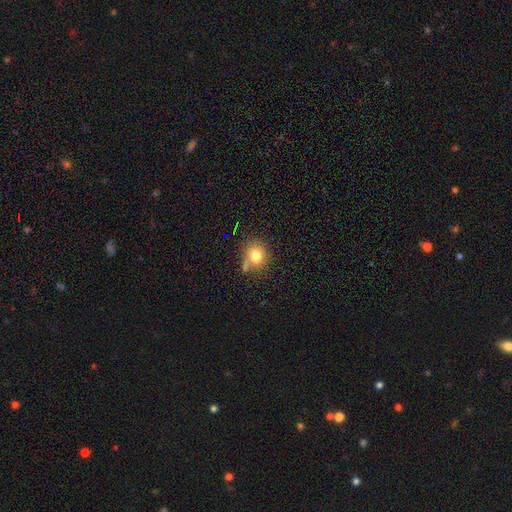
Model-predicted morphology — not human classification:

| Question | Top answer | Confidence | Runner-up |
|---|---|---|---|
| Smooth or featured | smooth | 78% | star or artifact (12%) |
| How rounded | round | 77% | in between (22%) |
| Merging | none | 64% | minor disturbance (17%) |